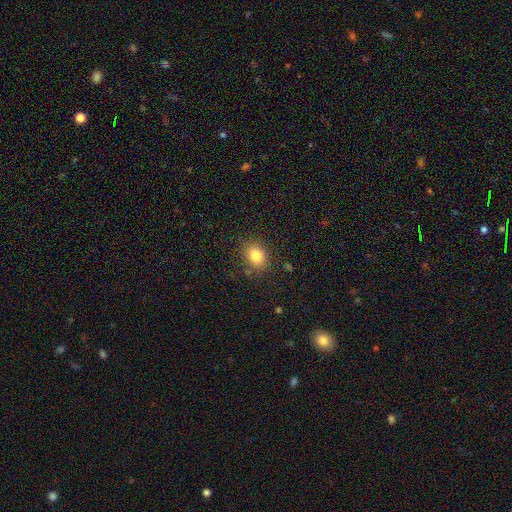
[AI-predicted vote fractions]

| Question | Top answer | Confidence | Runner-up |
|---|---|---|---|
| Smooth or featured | smooth | 82% | star or artifact (11%) |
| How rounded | round | 50% | in between (49%) |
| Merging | none | 83% | minor disturbance (12%) |